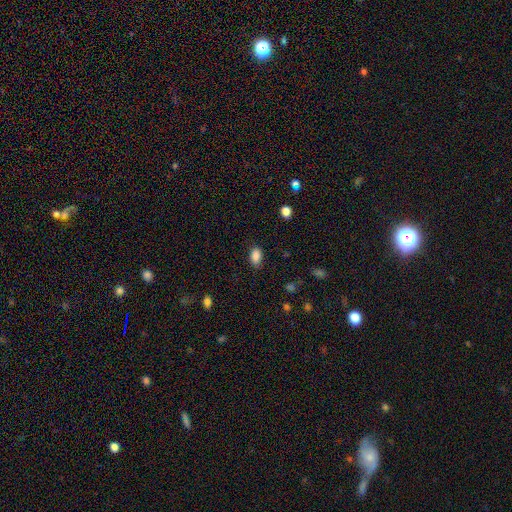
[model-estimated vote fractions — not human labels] A smooth galaxy with no disk features (87%) that is in between round and cigar-shaped (87%). Merging: none (80%).